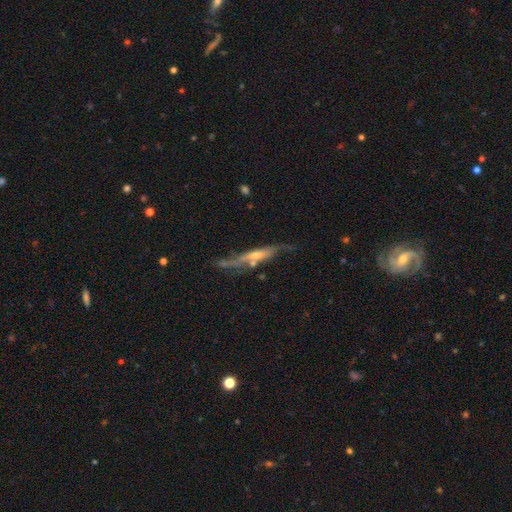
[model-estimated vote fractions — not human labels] The model was most divided on "merging": none: 51%, minor disturbance: 26%, major disturbance: 12%, merger: 11%. More confident: edge-on disk — yes (77%); smooth or featured — featured or disk (67%); edge-on bulge — rounded (58%).